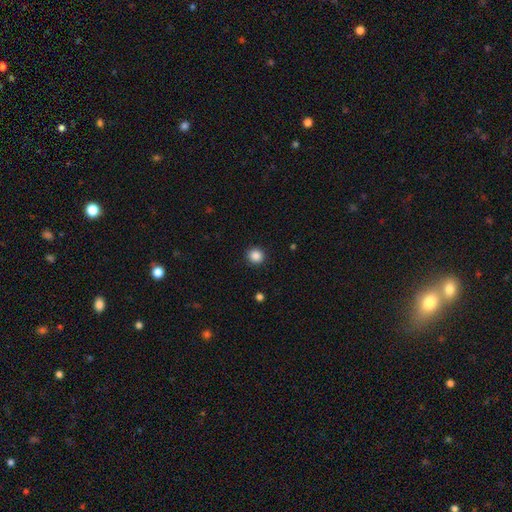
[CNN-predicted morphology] A smooth galaxy with no disk features (87%) that is round (92%).

Vote fractions:
- Smooth or featured? smooth: 87% / star or artifact: 10% / featured or disk: 3%
- How rounded? round: 92% / in between: 7% / cigar-shaped: 1%
- Merging? none: 92% / minor disturbance: 5% / major disturbance: 2% / merger: 1%